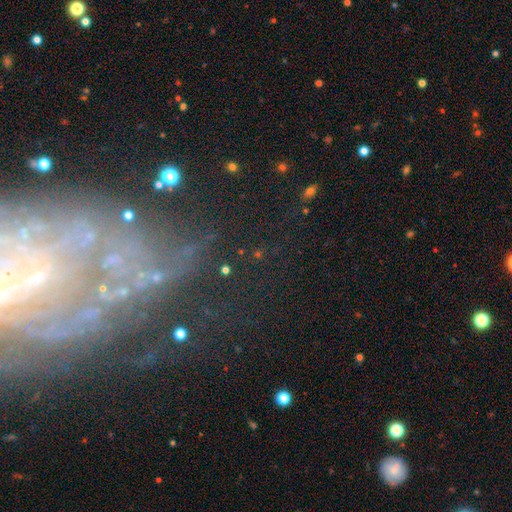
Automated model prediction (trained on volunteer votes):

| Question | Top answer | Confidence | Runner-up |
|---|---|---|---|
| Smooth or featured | featured or disk | 61% | star or artifact (25%) |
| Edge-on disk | no | 93% | yes (7%) |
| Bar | no | 69% | weak (18%) |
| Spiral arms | no | 56% | yes (44%) |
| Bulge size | none | 55% | small (29%) |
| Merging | none | 47% | major disturbance (29%) |